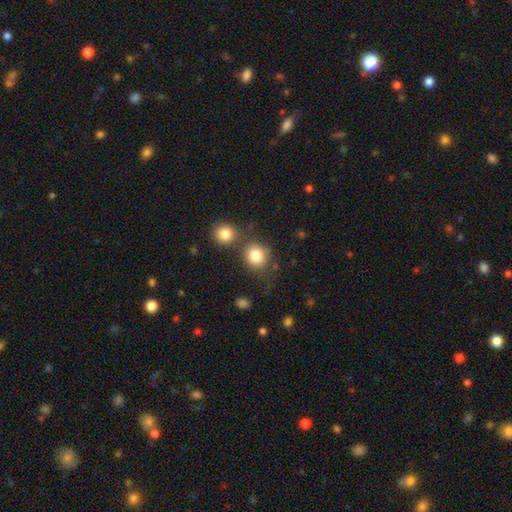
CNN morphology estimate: Smooth or featured: smooth — 82% (star or artifact — 10%)
How rounded: round — 79% (in between — 20%)
Merging: none — 59% (merger — 24%)